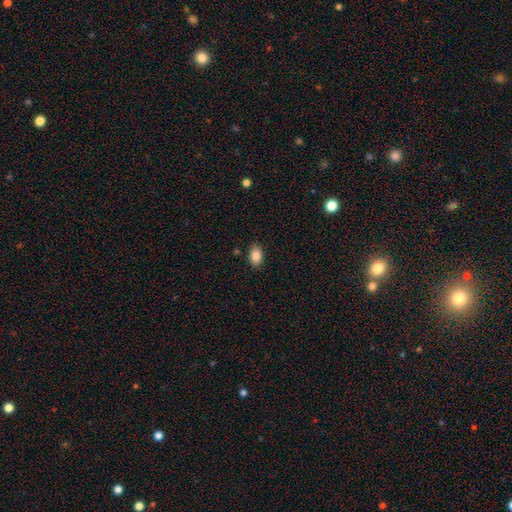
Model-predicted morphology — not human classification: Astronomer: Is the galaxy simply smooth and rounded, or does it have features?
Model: smooth — 87%.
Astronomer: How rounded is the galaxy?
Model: in between — 86%.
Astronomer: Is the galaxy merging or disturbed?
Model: none — 87%.